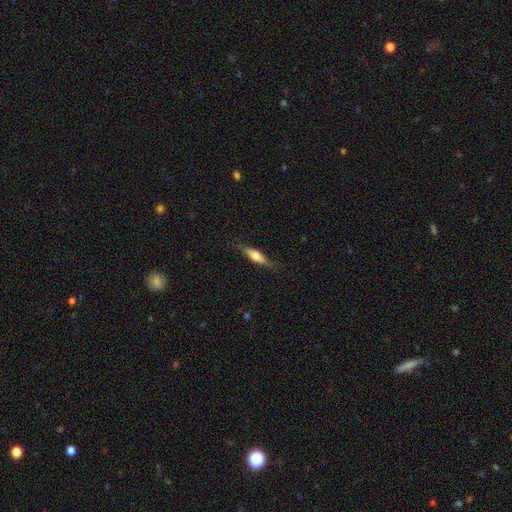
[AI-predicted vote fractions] smooth 49%, featured or disk 45%, star or artifact 6%. Down the decision tree: merging — none (80%).